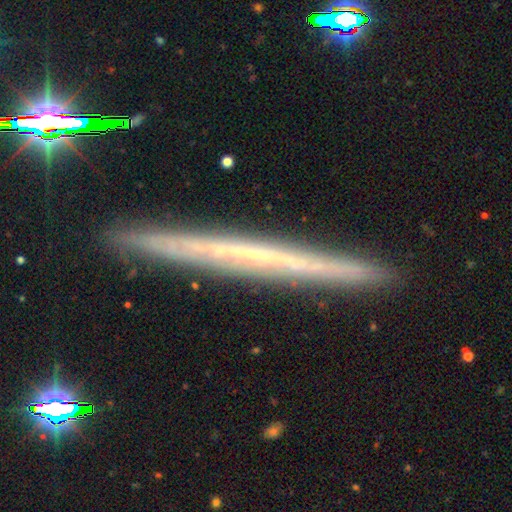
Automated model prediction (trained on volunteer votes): Smooth or featured? featured or disk (64%)
Edge-on disk? yes (97%)
Edge-on bulge? none (89%)
Merging? none (90%)